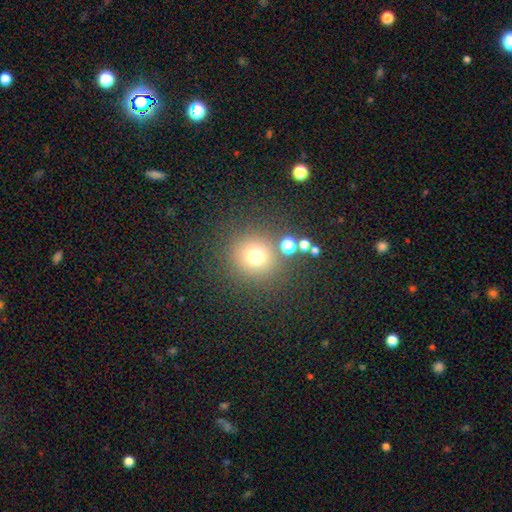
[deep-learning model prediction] Overall: smooth (71%). How rounded: round (91%). Merging: none (80%).